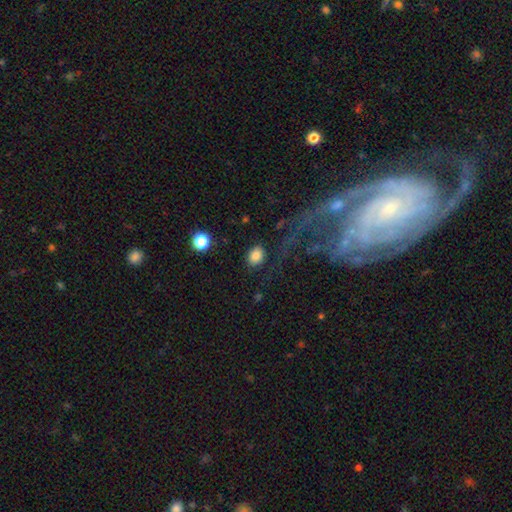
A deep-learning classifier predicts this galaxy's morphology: This appears to be a smooth galaxy with no disk features (83%) that is in between round and cigar-shaped (58%). Merging: none (79%).